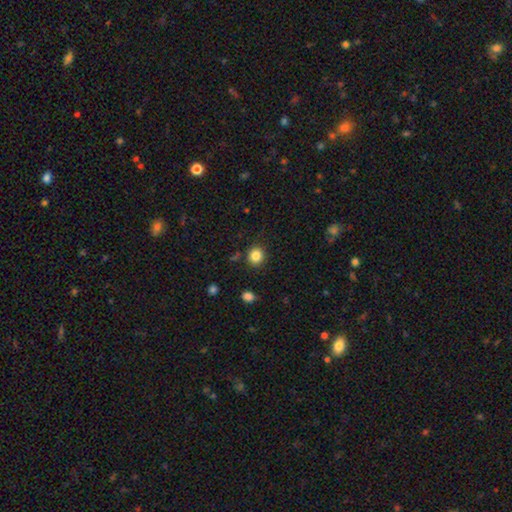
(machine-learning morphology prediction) Smooth or featured?
  - smooth: 84% *
  - star or artifact: 11%
  - featured or disk: 5%
How rounded?
  - round: 87% *
  - in between: 12%
  - cigar-shaped: 1%
Merging?
  - none: 88% *
  - minor disturbance: 7%
  - major disturbance: 2%
  - merger: 2%